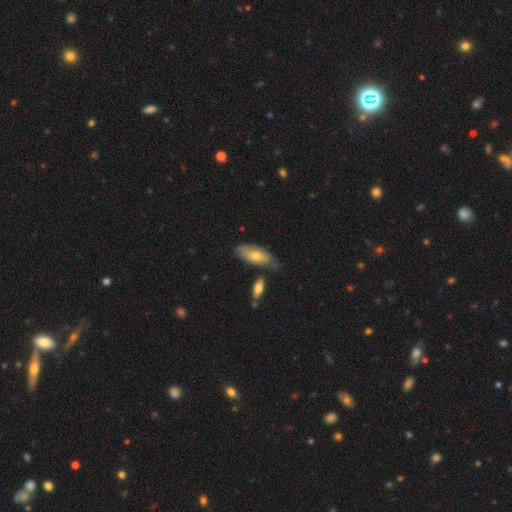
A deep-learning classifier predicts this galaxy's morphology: Smooth or featured: smooth — 60% (featured or disk — 33%)
How rounded: in between — 78% (cigar-shaped — 19%)
Merging: none — 60% (minor disturbance — 26%)